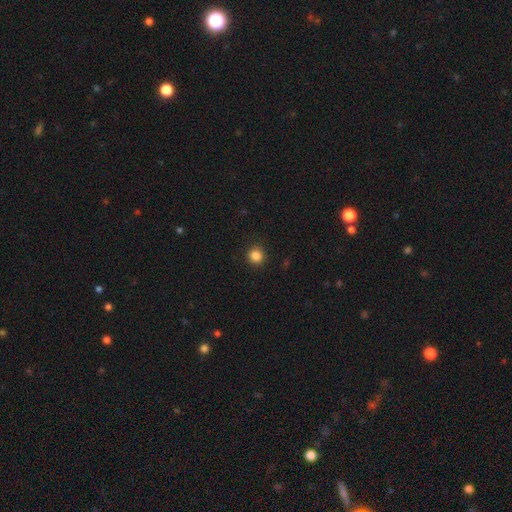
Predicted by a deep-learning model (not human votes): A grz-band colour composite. It shows a smooth galaxy with no disk features (86%) that is round (93%). Merging: none (92%).